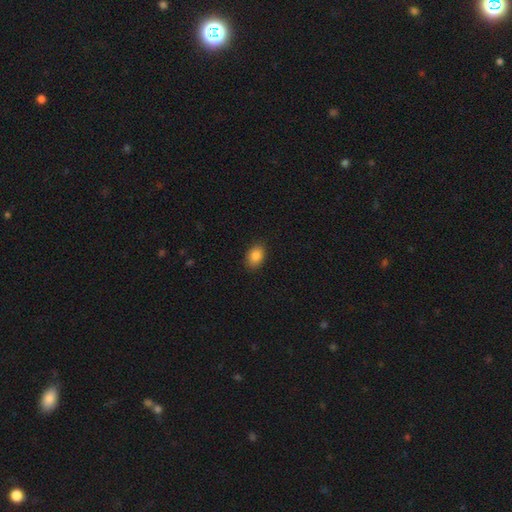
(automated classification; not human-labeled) Smooth or featured? smooth (86%)
How rounded? in between (79%)
Merging? none (88%)